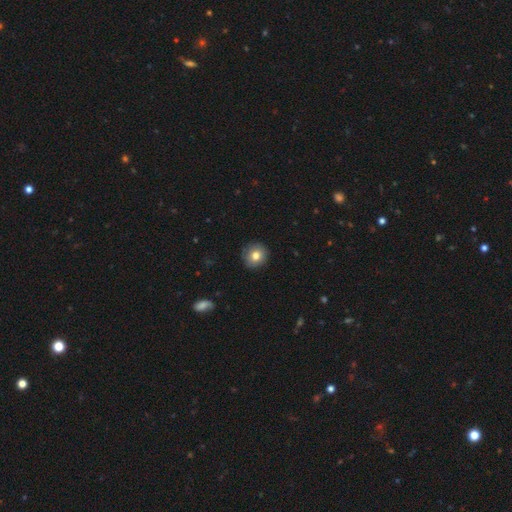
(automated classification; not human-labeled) Overall: smooth (79%). How rounded: round (93%). Merging: none (89%).